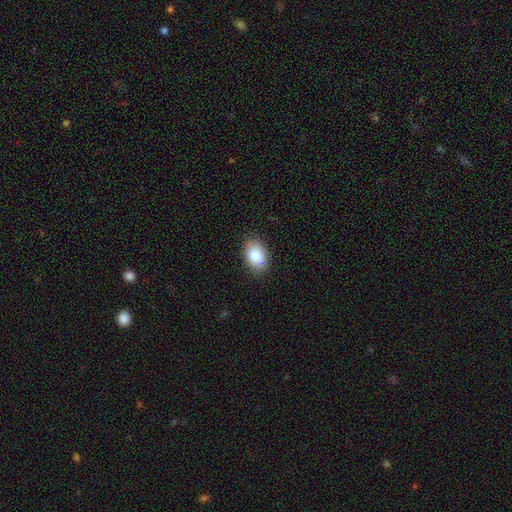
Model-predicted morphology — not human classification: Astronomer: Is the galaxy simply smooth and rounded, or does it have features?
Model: smooth — 86%.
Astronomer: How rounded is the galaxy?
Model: in between — 87%.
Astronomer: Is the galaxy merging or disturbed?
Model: none — 85%.